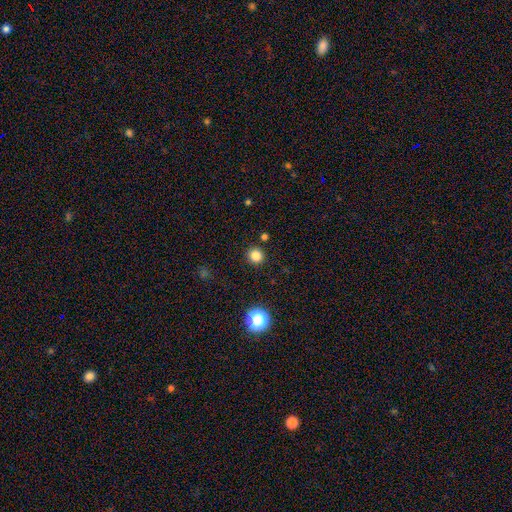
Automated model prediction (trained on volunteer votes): The model was most divided on "smooth or featured": smooth: 83%, star or artifact: 13%, featured or disk: 4%. More confident: how rounded — round (93%); merging — none (91%).